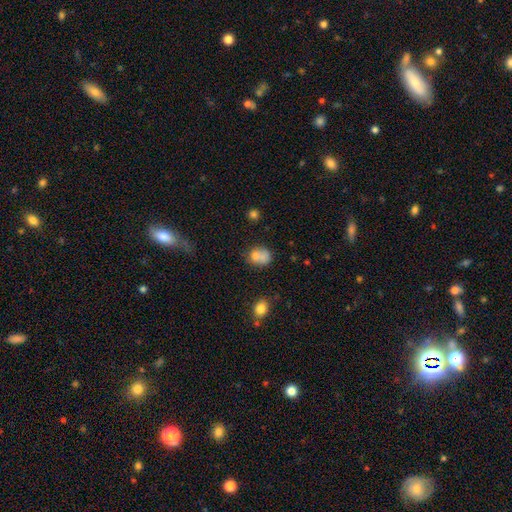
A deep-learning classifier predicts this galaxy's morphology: Overall: smooth (72%). How rounded: round (51%; in between 48%). Merging: none (42%; merger 31%).